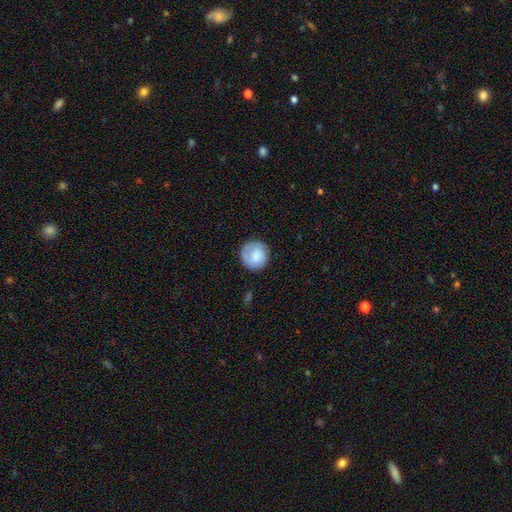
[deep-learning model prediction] Overall: smooth (78%). How rounded: round (91%). Merging: none (78%).